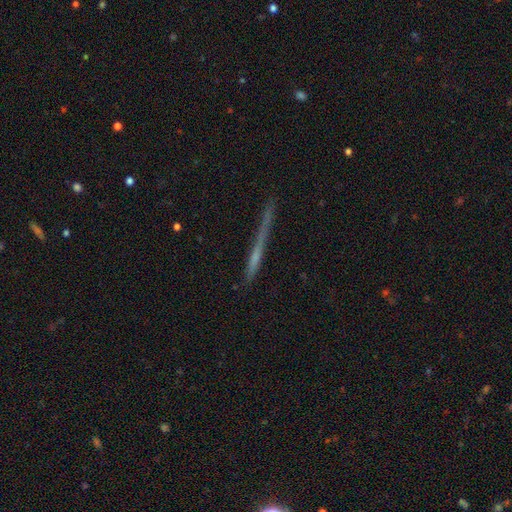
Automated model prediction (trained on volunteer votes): A featured or disk galaxy (48%).

Vote fractions:
- Smooth or featured? featured or disk: 48% / smooth: 41% / star or artifact: 12%
- Merging? none: 74% / minor disturbance: 17% / major disturbance: 6% / merger: 3%